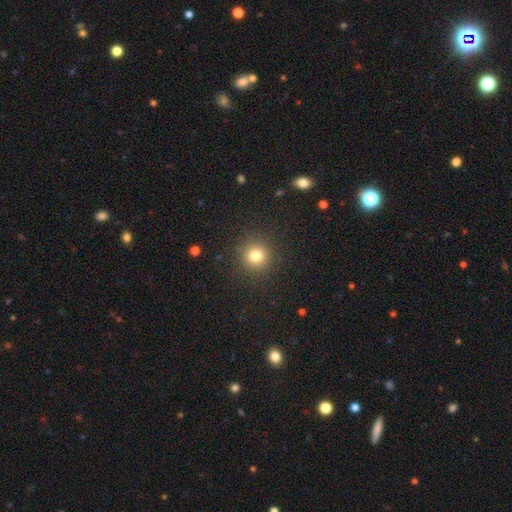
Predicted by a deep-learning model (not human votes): Smooth or featured? smooth (79%)
How rounded? round (94%)
Merging? none (90%)